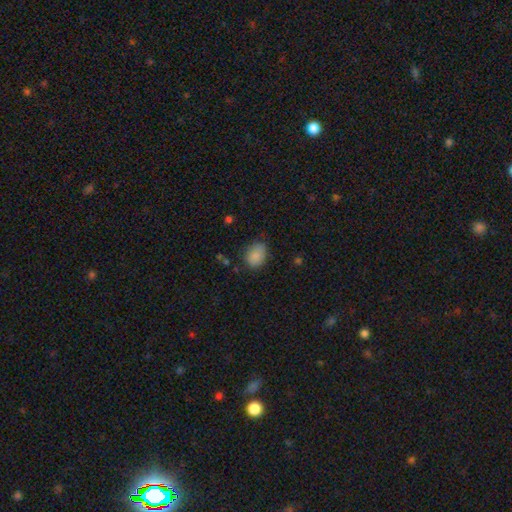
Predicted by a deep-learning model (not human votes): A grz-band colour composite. It shows a smooth galaxy with no disk features (85%) that is in between round and cigar-shaped (65%). Merging: none (71%).